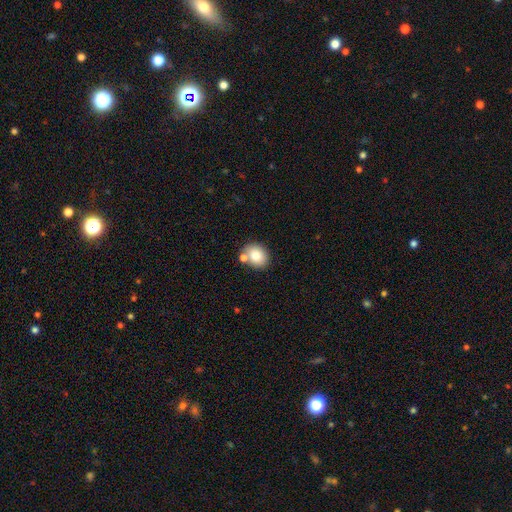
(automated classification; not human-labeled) A smooth galaxy with no disk features (81%) that is round (56%). Merging: none (65%).